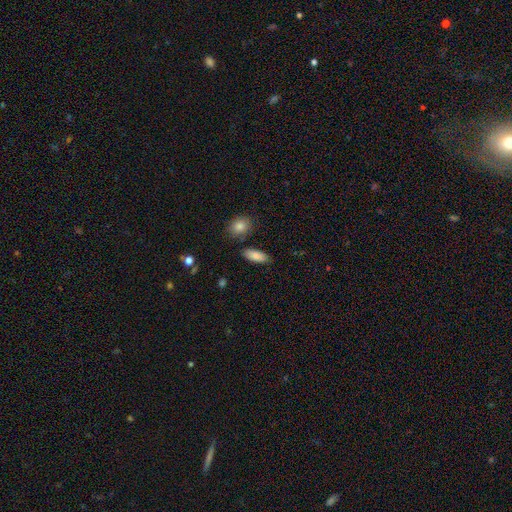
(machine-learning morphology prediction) smooth 84%, featured or disk 9%, star or artifact 7%. Down the decision tree: how rounded — in between (84%); merging — none (82%).